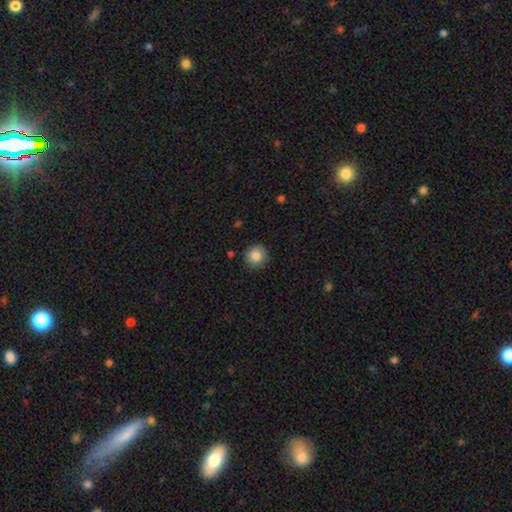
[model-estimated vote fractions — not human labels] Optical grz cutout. It shows a smooth galaxy with no disk features (85%) that is round (93%). Merging: none (88%).